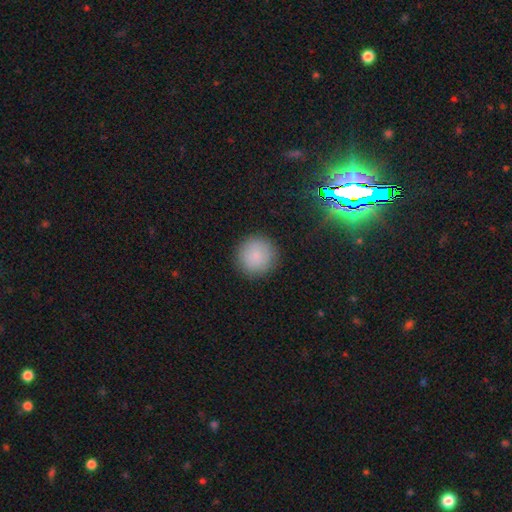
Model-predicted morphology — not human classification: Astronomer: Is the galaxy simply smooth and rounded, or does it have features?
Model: smooth — 86%.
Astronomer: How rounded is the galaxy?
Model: round — 95%.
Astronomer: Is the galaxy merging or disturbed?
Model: none — 90%.